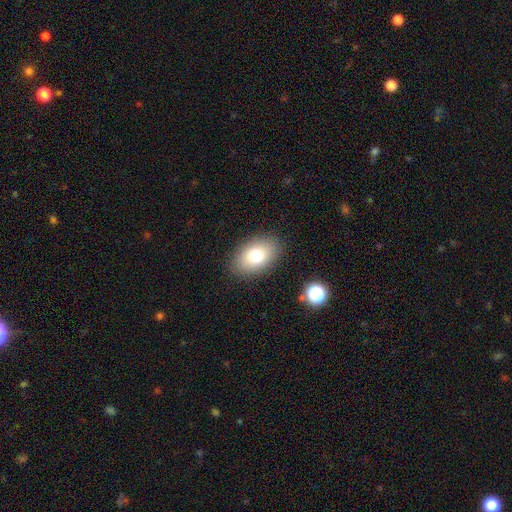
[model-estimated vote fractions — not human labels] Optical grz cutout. It shows a smooth galaxy with no disk features (76%) that is in between round and cigar-shaped (88%). Merging: none (87%).